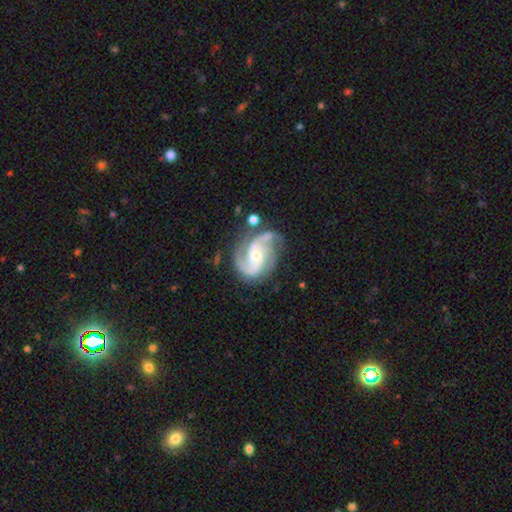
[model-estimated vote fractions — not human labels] Morphology: type=featured or disk (92%); edge-on=no (98%); bar=no (58%); spiral arms=yes (98%); winding=medium (55%); arm count=3 (46%); bulge=small (62%); merging=none (68%).